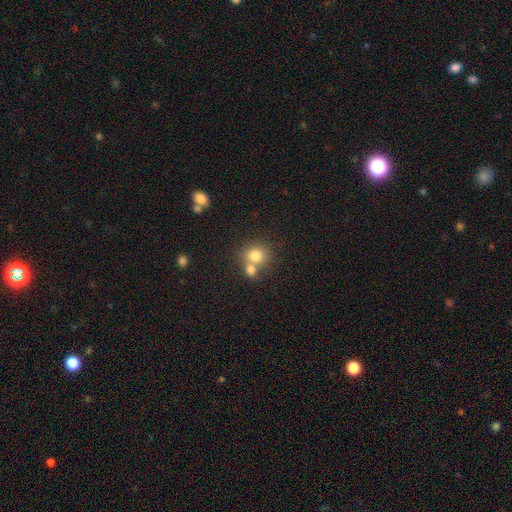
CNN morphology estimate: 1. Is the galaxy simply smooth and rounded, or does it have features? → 74% smooth, 14% star or artifact, 12% featured or disk.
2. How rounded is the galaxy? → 77% round, 22% in between, 1% cigar-shaped.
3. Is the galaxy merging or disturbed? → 46% none, 43% merger, 8% minor disturbance, 3% major disturbance.